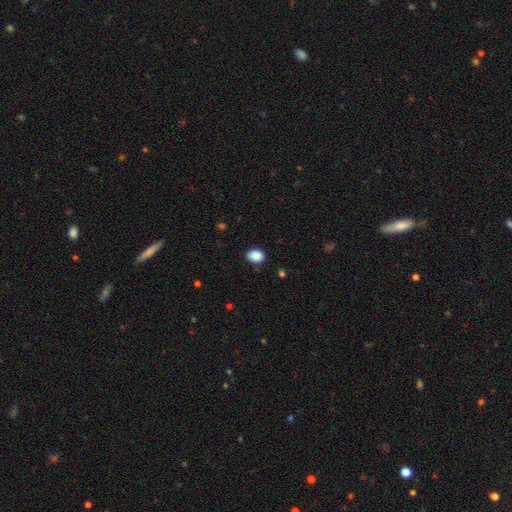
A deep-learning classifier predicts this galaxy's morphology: Overall: smooth (89%). How rounded: in between (66%; round 33%). Merging: none (83%).